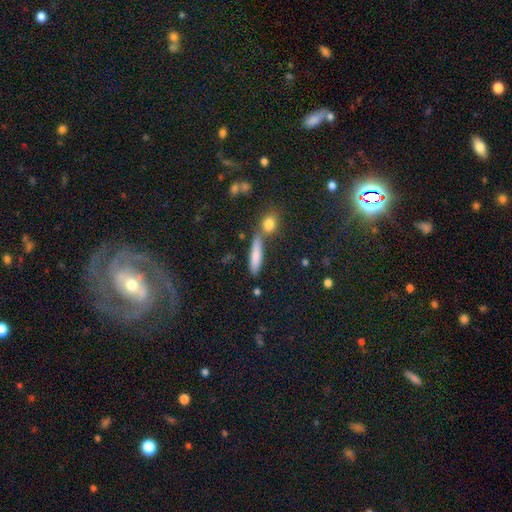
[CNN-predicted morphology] smooth-or-featured: smooth: 76% | featured or disk: 15% | star or artifact: 9%
  how-rounded: cigar-shaped: 72% | in between: 24% | round: 4%
  merging: none: 66% | merger: 18% | minor disturbance: 12% | major disturbance: 4%